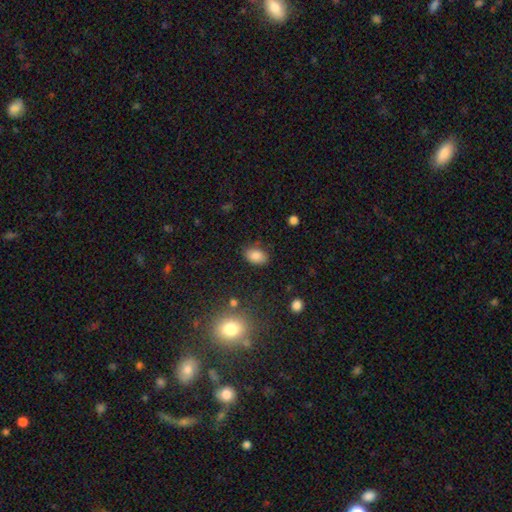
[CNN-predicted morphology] Overall: smooth (82%). How rounded: in between (85%). Merging: none (79%).